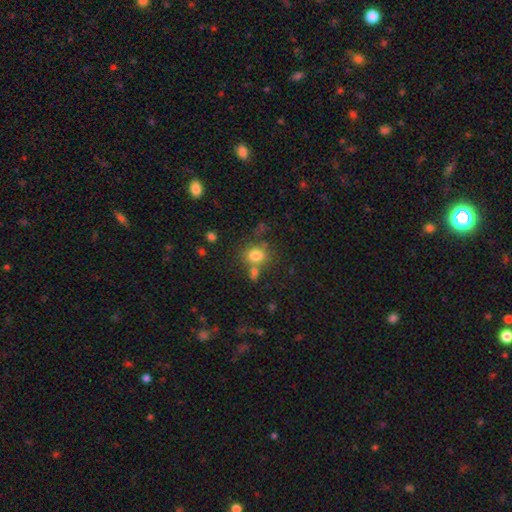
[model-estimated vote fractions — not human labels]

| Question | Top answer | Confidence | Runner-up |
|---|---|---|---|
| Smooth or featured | smooth | 79% | star or artifact (13%) |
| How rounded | round | 66% | in between (33%) |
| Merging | none | 60% | merger (20%) |